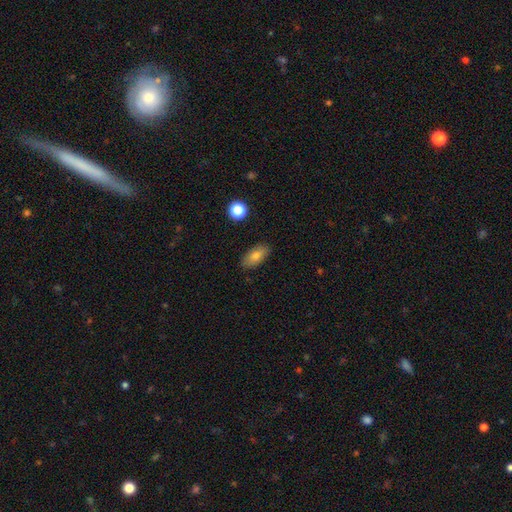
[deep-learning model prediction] Morphology: type=smooth (77%); roundness=in between (87%); merging=none (87%).